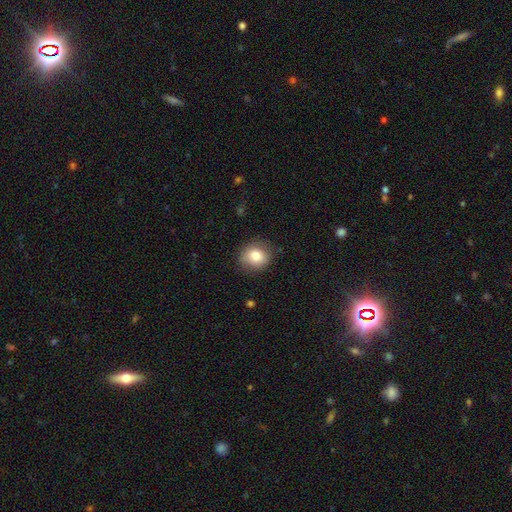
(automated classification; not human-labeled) The model was most divided on "how rounded": round: 75%, in between: 24%, cigar-shaped: 1%. More confident: merging — none (82%); smooth or featured — smooth (81%).